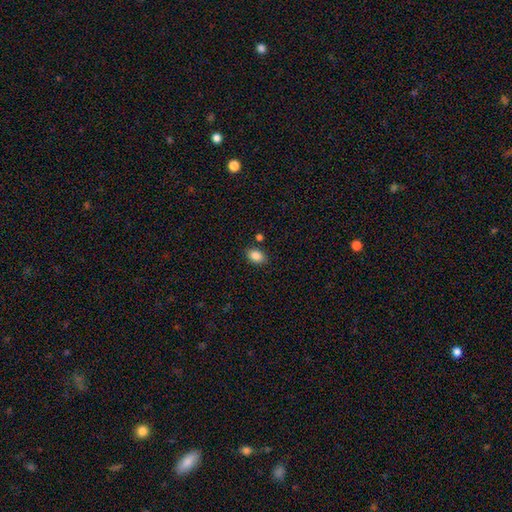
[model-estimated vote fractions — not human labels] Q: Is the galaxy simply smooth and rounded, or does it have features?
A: smooth — 86%.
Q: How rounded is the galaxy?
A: in between — 83%.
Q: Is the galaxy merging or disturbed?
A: none — 84%.